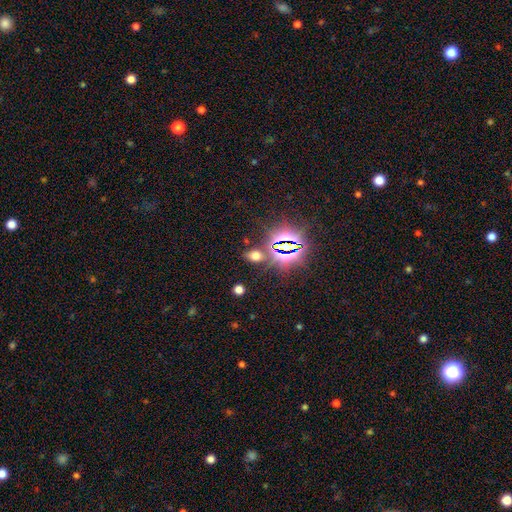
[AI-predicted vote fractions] This appears to be a smooth galaxy with no disk features (49%). Merging: none (80%).